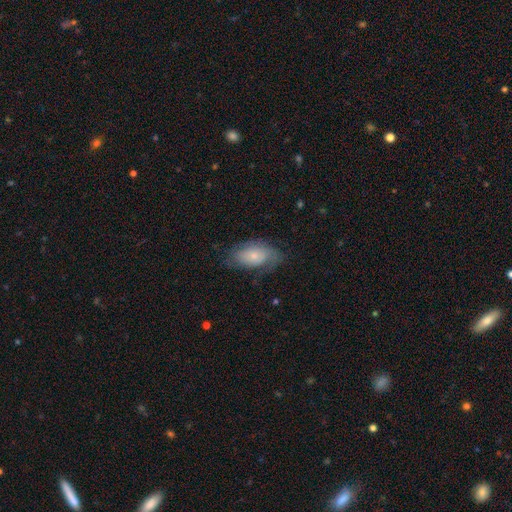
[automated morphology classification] Smooth or featured? smooth (54%)
How rounded? in between (91%)
Merging? none (61%)